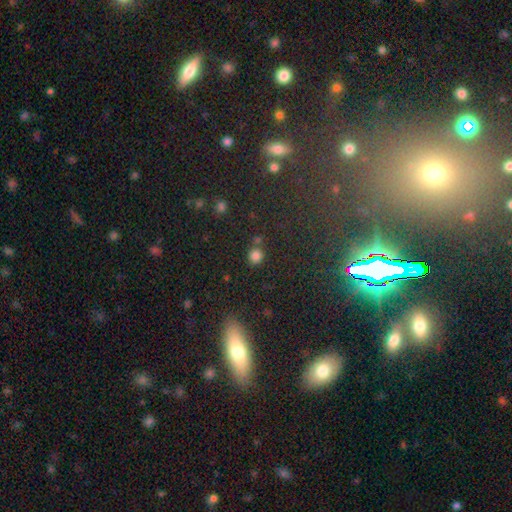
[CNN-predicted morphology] The model was most divided on "smooth or featured": smooth: 80%, star or artifact: 15%, featured or disk: 5%. More confident: how rounded — round (86%); merging — none (77%).